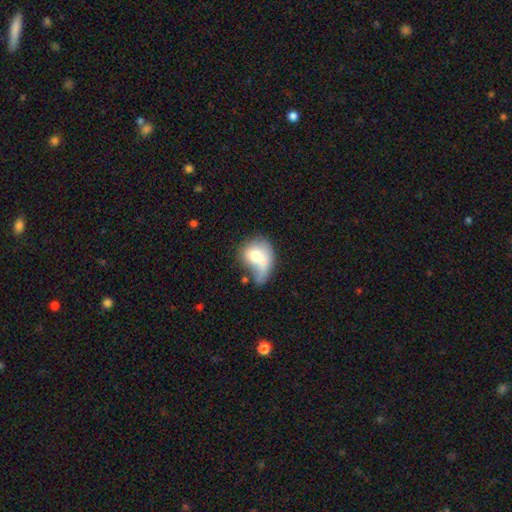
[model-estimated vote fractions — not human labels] This appears to be a smooth galaxy with no disk features (65%) that is round (55%). Merging: merger (35%).